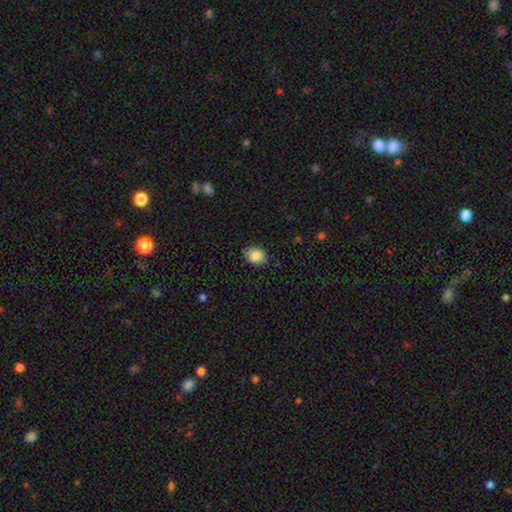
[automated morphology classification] smooth 86%, star or artifact 9%, featured or disk 6%. Down the decision tree: how rounded — in between (53%); merging — none (87%).